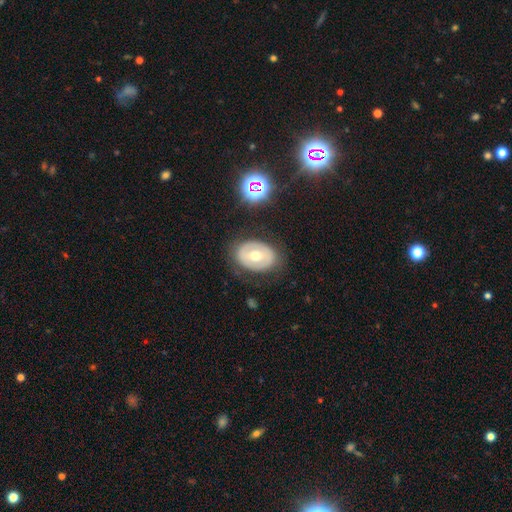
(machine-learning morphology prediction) The model was most divided on "smooth or featured": featured or disk: 47%, smooth: 44%, star or artifact: 9%. More confident: merging — none (80%).